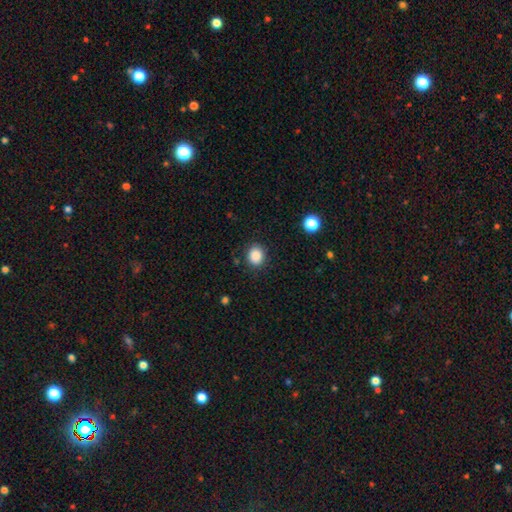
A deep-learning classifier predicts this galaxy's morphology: smooth_or_featured: smooth (p=0.87) [alt: star or artifact p=0.09]
how_rounded: round (p=0.67) [alt: in between p=0.33]
merging: none (p=0.87) [alt: minor disturbance p=0.09]